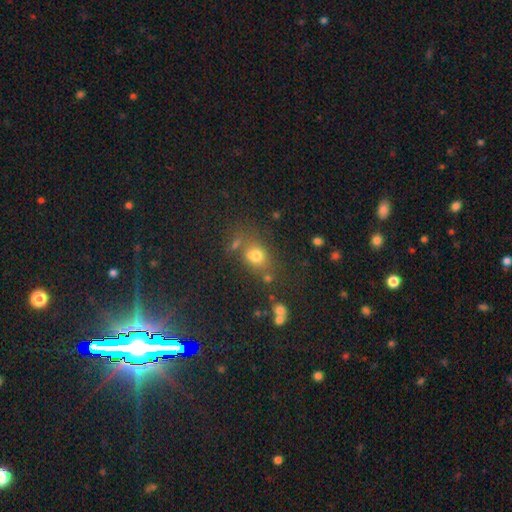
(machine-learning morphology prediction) type=smooth (71%); roundness=round (54%); merging=none (60%).